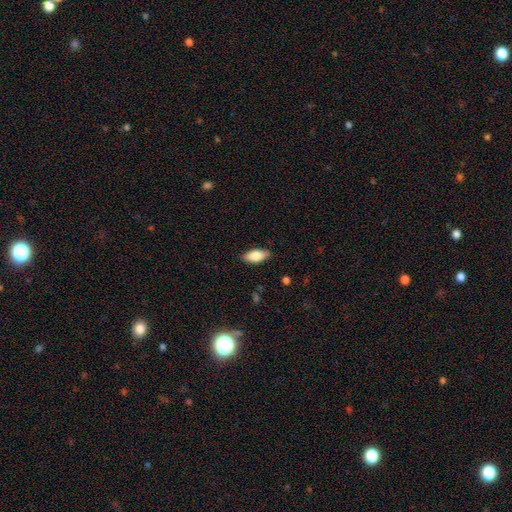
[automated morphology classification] Smooth or featured? smooth (78%)
How rounded? in between (85%)
Merging? none (86%)